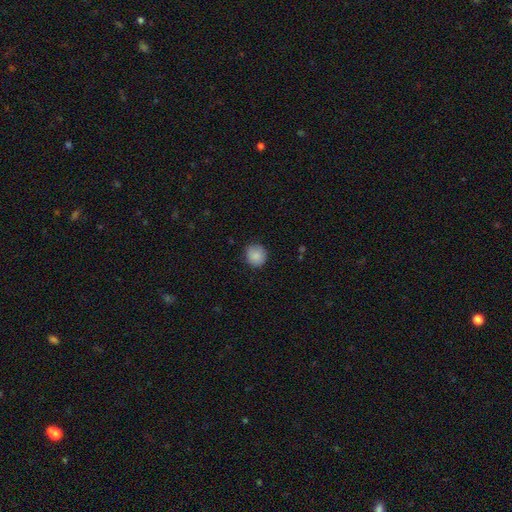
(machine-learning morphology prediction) Smooth or featured: smooth — 87% (star or artifact — 8%)
How rounded: round — 87% (in between — 12%)
Merging: none — 84% (minor disturbance — 12%)